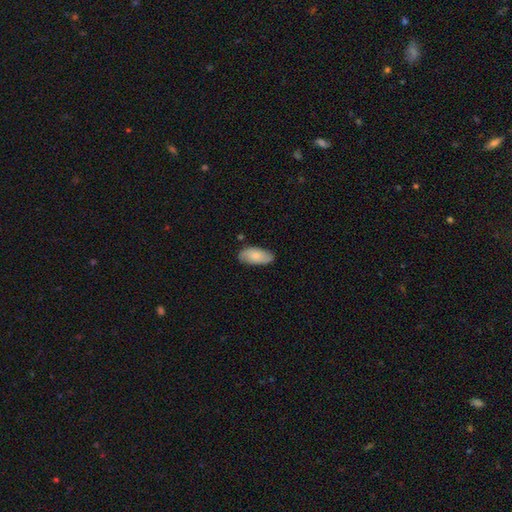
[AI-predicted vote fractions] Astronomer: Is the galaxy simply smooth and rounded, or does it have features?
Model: smooth — 74%.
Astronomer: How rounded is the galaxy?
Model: in between — 92%.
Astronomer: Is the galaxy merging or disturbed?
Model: none — 79%.